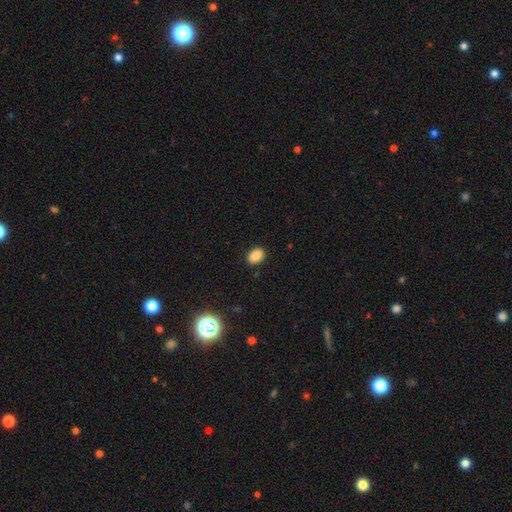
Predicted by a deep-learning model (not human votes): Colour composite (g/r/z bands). It shows a smooth galaxy with no disk features (87%) that is in between round and cigar-shaped (78%). Merging: none (88%).